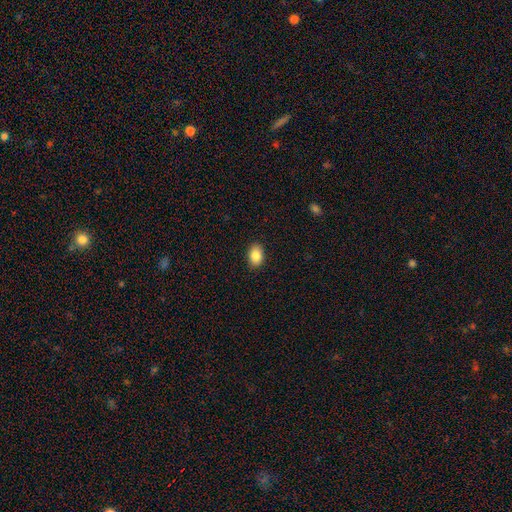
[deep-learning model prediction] Smooth or featured? Predicted: smooth (p=0.85). How rounded? Predicted: in between (p=0.83). Merging? Predicted: none (p=0.89).